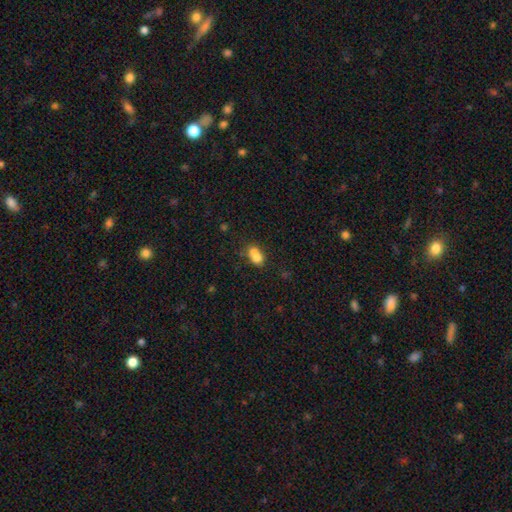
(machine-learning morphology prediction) Smooth or featured? smooth (70%)
How rounded? round (51%)
Merging? merger (66%)